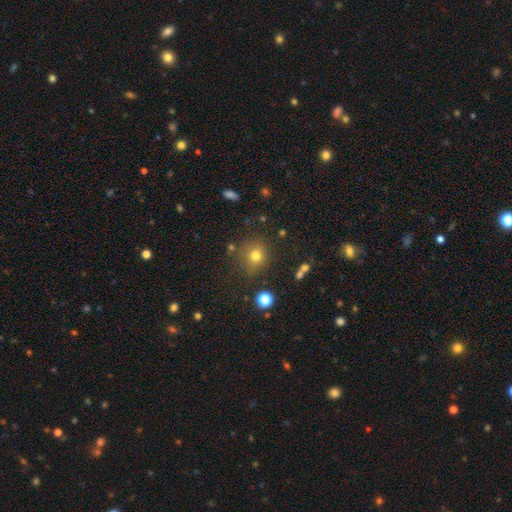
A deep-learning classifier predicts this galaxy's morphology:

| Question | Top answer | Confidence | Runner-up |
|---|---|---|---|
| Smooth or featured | smooth | 73% | star or artifact (18%) |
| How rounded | round | 81% | in between (17%) |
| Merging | none | 78% | minor disturbance (13%) |